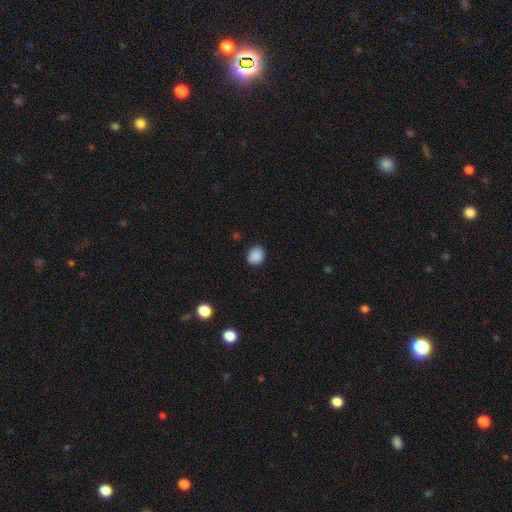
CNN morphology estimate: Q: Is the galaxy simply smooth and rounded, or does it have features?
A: smooth — 88%.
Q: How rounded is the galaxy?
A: round — 72%.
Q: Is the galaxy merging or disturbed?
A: none — 84%.